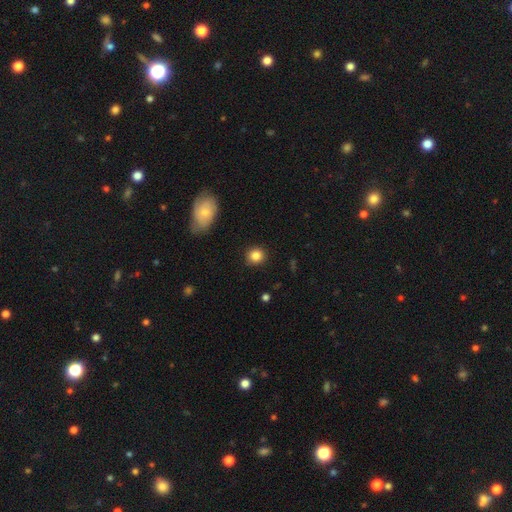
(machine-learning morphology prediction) Overall: smooth (85%). How rounded: round (88%). Merging: none (90%).